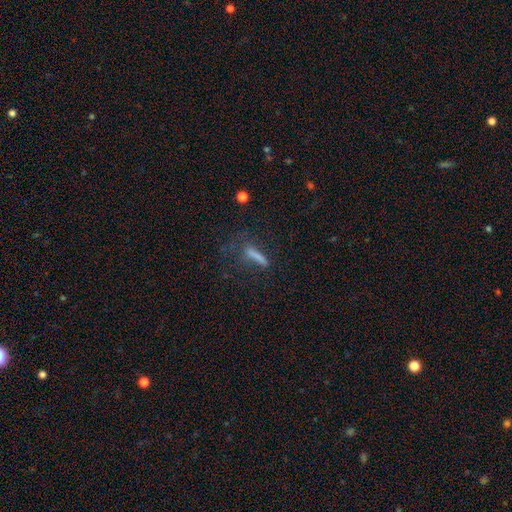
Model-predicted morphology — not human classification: This appears to be a smooth galaxy with no disk features (56%) that is cigar-shaped (83%). Merging: none (48%).